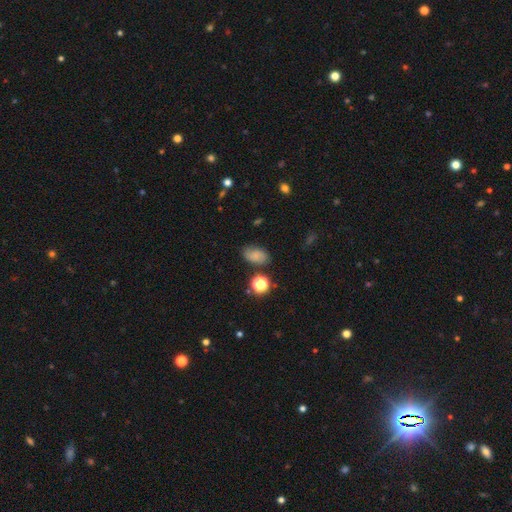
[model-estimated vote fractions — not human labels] Smooth or featured: smooth — 73% (star or artifact — 14%)
How rounded: in between — 84% (round — 14%)
Merging: none — 72% (minor disturbance — 19%)